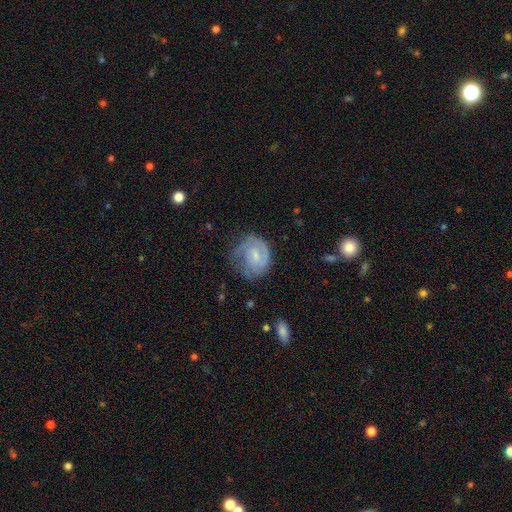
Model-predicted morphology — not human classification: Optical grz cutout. It shows a featured or disk galaxy (65%) with no bar (51%), 2 (39%) tight (50%) spiral arms (86%) and a small central bulge (56%). Merging: none (54%).